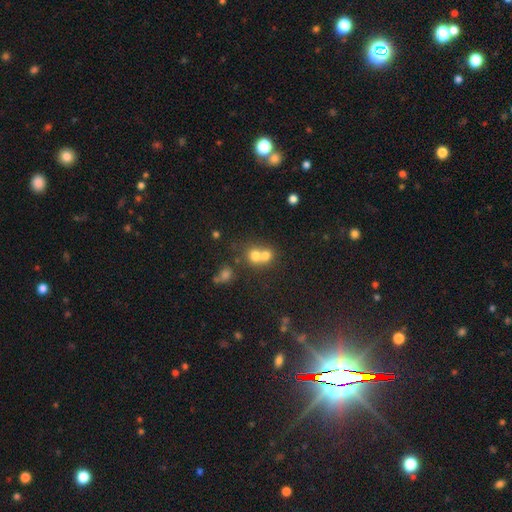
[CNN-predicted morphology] Overall: smooth (70%). How rounded: round (75%). Merging: merger (65%; none 27%).